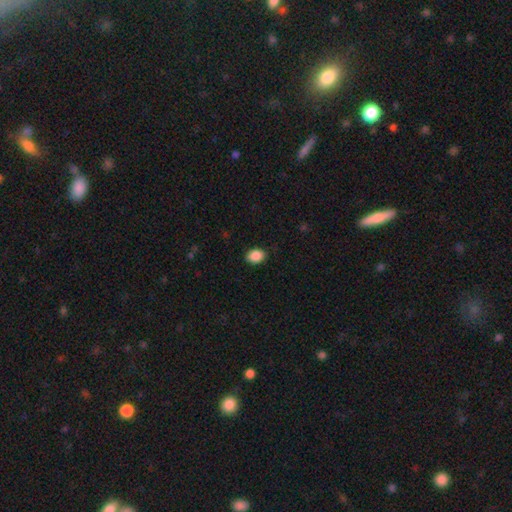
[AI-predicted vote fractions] Smooth or featured? Predicted: smooth (p=0.89). How rounded? Predicted: in between (p=0.71). Merging? Predicted: none (p=0.87).